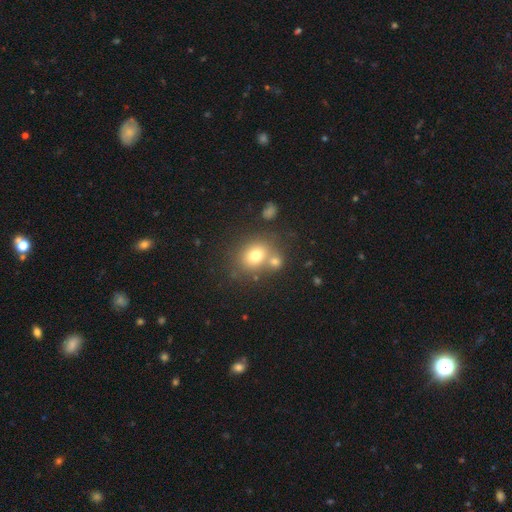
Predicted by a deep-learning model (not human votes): Smooth or featured? Predicted: smooth (p=0.73). How rounded? Predicted: round (p=0.59). Merging? Predicted: none (p=0.54).